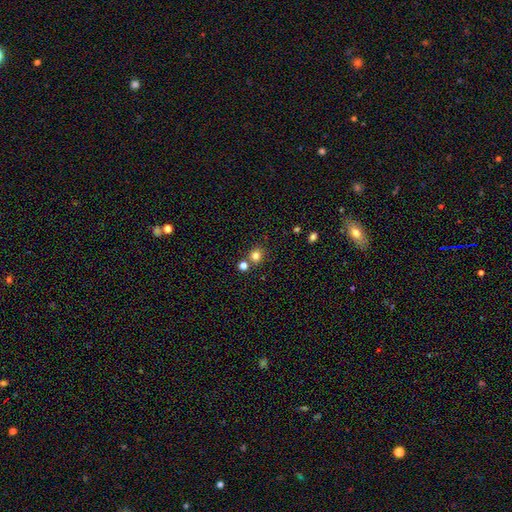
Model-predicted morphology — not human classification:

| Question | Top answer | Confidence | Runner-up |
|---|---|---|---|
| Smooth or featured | smooth | 80% | star or artifact (14%) |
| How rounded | round | 82% | in between (17%) |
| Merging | none | 75% | merger (14%) |